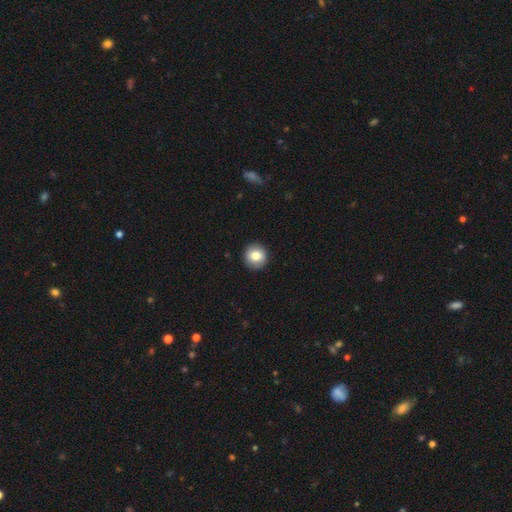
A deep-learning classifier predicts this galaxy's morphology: smooth_or_featured: smooth (p=0.80) [alt: featured or disk p=0.12]
how_rounded: round (p=0.93) [alt: in between p=0.06]
merging: none (p=0.91) [alt: minor disturbance p=0.07]